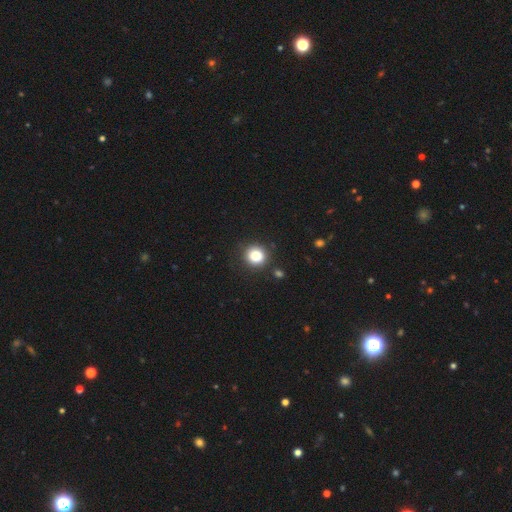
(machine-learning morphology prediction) smooth_or_featured: smooth (p=0.85) [alt: star or artifact p=0.11]
how_rounded: round (p=0.91) [alt: in between p=0.08]
merging: none (p=0.87) [alt: minor disturbance p=0.08]